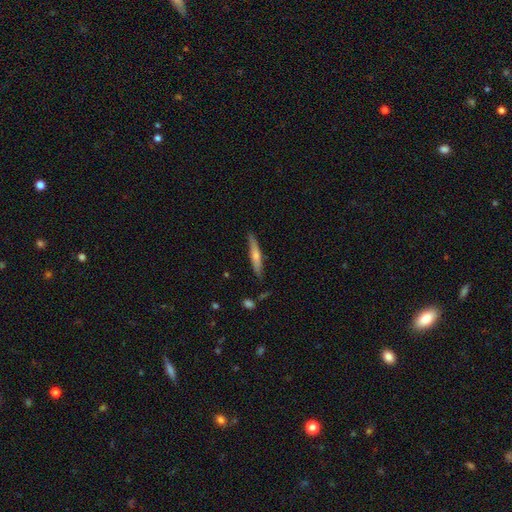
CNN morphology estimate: type=smooth (55%); roundness=cigar-shaped (91%); merging=none (82%).